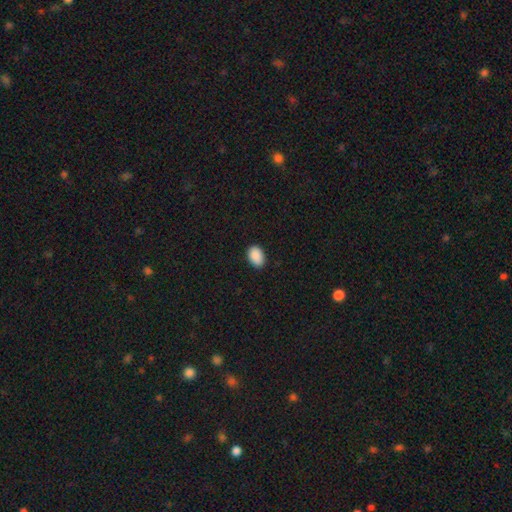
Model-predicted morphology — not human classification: Q: Smooth or featured?
A: smooth (90%); runner-up: star or artifact (7%)
Q: How rounded?
A: in between (85%); runner-up: round (14%)
Q: Merging?
A: none (88%); runner-up: minor disturbance (9%)